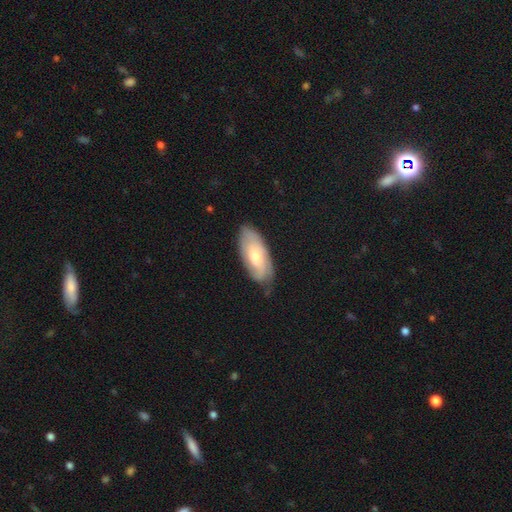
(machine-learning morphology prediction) Smooth or featured? featured or disk (50%)
Merging? none (69%)